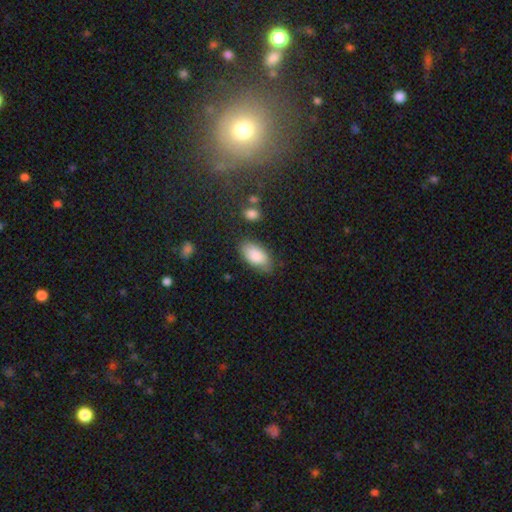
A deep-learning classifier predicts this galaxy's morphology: Smooth or featured?
  - smooth: 87% *
  - featured or disk: 7%
  - star or artifact: 6%
How rounded?
  - in between: 94% *
  - round: 3%
  - cigar-shaped: 3%
Merging?
  - none: 74% *
  - minor disturbance: 19%
  - major disturbance: 4%
  - merger: 3%